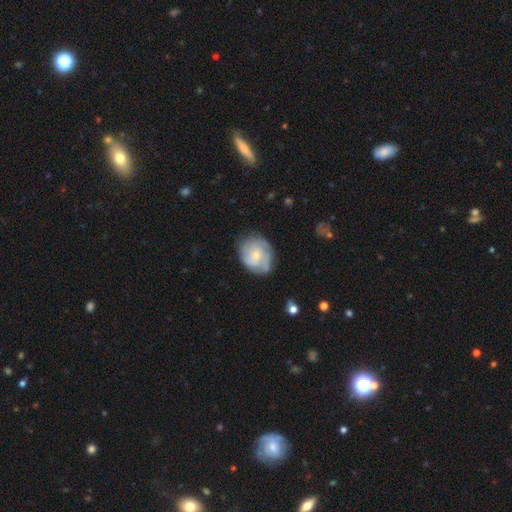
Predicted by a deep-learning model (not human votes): smooth_or_featured: featured or disk (p=0.58) [alt: smooth p=0.35]
disk_edge_on: no (p=0.97) [alt: yes p=0.03]
bar: no (p=0.78) [alt: weak p=0.19]
has_spiral_arms: yes (p=0.80) [alt: no p=0.20]
bulge_size: small (p=0.62) [alt: moderate p=0.34]
merging: none (p=0.68) [alt: minor disturbance p=0.23]